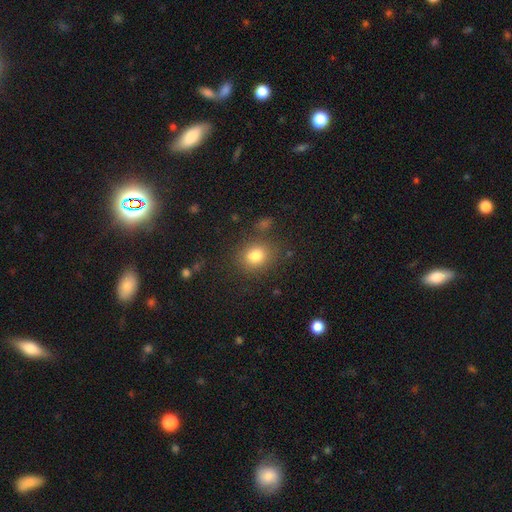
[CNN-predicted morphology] The model was most divided on "how rounded": round: 65%, in between: 34%, cigar-shaped: 1%. More confident: smooth or featured — smooth (81%); merging — none (79%).